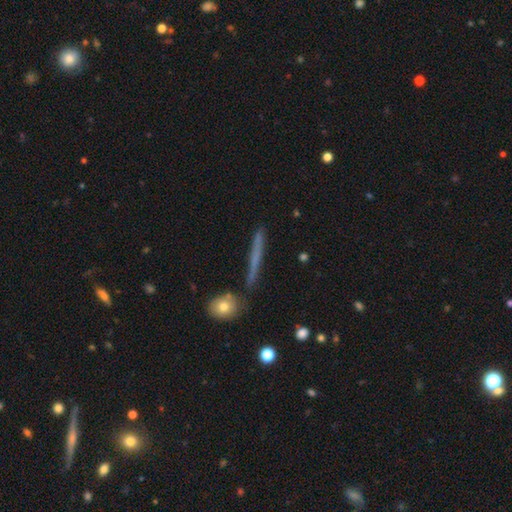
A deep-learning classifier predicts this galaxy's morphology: Q: Smooth or featured?
A: smooth (51%); runner-up: featured or disk (40%)
Q: How rounded?
A: cigar-shaped (93%); runner-up: in between (4%)
Q: Merging?
A: none (81%); runner-up: minor disturbance (12%)